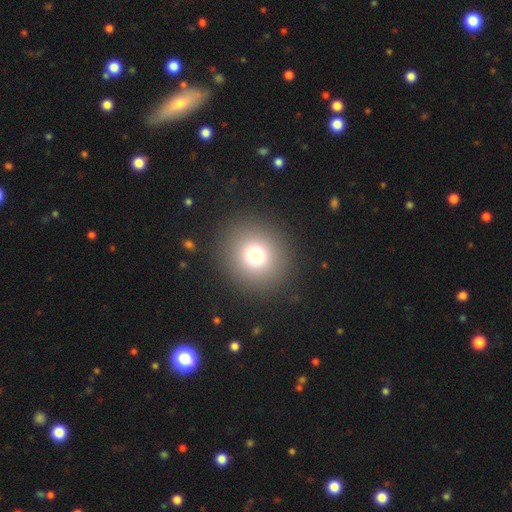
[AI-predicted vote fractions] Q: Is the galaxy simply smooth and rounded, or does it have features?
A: smooth — 74%.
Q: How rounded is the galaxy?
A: round — 92%.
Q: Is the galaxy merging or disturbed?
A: none — 90%.